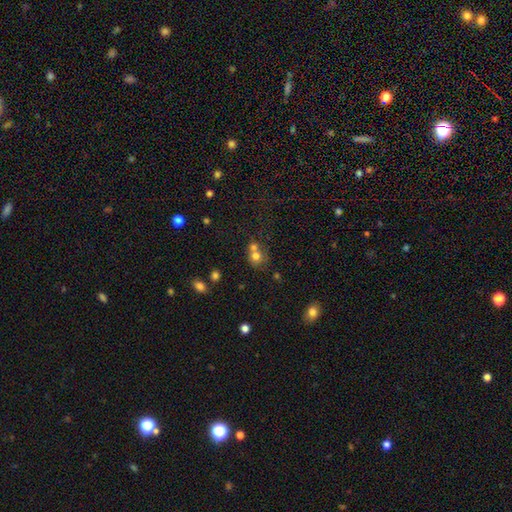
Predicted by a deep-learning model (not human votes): smooth_or_featured: smooth (p=0.70) [alt: featured or disk p=0.16]
how_rounded: round (p=0.75) [alt: in between p=0.24]
merging: merger (p=0.51) [alt: none p=0.36]